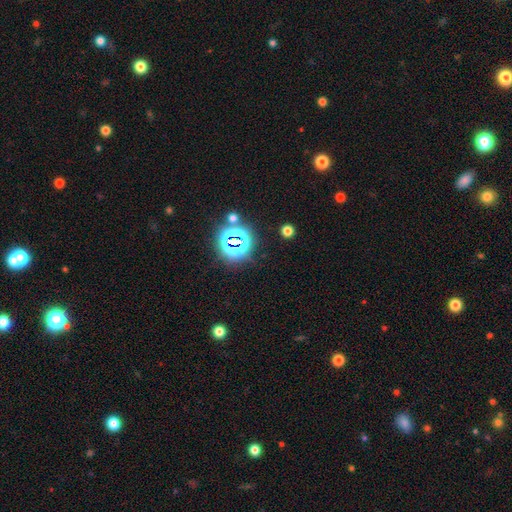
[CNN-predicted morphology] Smooth or featured? Predicted: star or artifact (p=0.79).